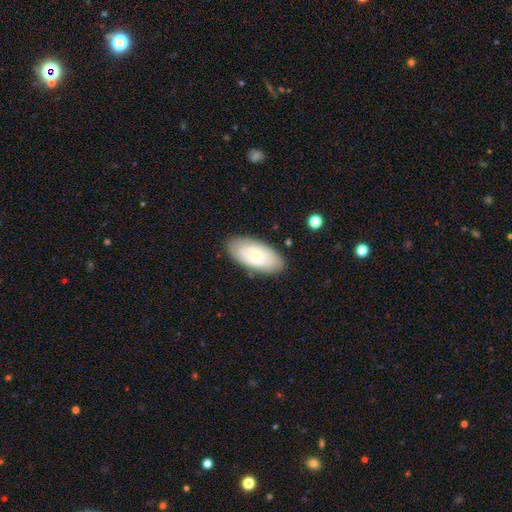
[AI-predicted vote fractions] Smooth or featured? smooth (49%)
Merging? none (83%)